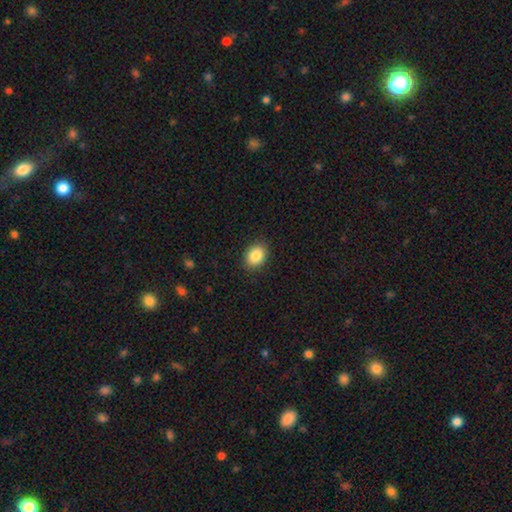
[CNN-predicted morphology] Overall: smooth (87%). How rounded: in between (67%; round 32%). Merging: none (89%).